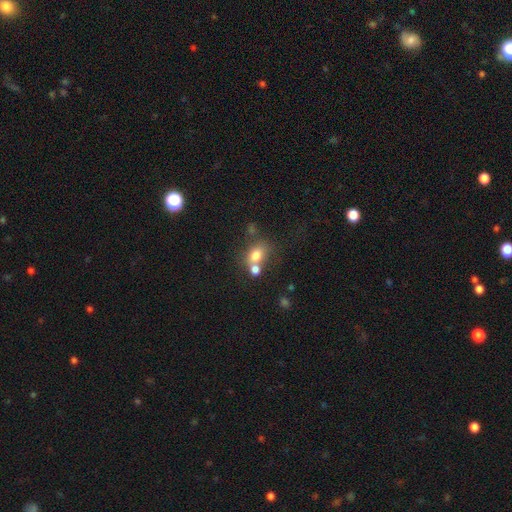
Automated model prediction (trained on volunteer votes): Morphology: type=smooth (75%); roundness=in between (58%); merging=none (42%).